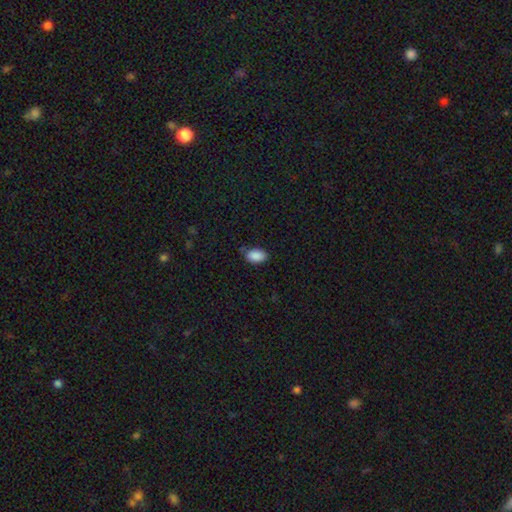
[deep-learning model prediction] Smooth or featured?
  - smooth: 89% *
  - star or artifact: 8%
  - featured or disk: 3%
How rounded?
  - in between: 92% *
  - round: 7%
  - cigar-shaped: 1%
Merging?
  - none: 77% *
  - minor disturbance: 18%
  - major disturbance: 3%
  - merger: 2%